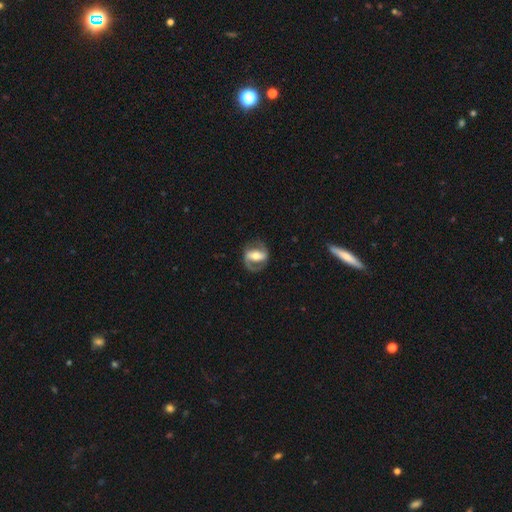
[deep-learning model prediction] Q: Smooth or featured?
A: featured or disk (79%); runner-up: smooth (16%)
Q: Edge-on disk?
A: no (95%); runner-up: yes (5%)
Q: Bar?
A: strong (57%); runner-up: weak (28%)
Q: Spiral arms?
A: yes (88%); runner-up: no (12%)
Q: Spiral winding?
A: medium (50%); runner-up: tight (27%)
Q: Spiral arm count?
A: 2 (84%); runner-up: 1 (8%)
Q: Bulge size?
A: moderate (60%); runner-up: small (24%)
Q: Merging?
A: none (76%); runner-up: minor disturbance (14%)